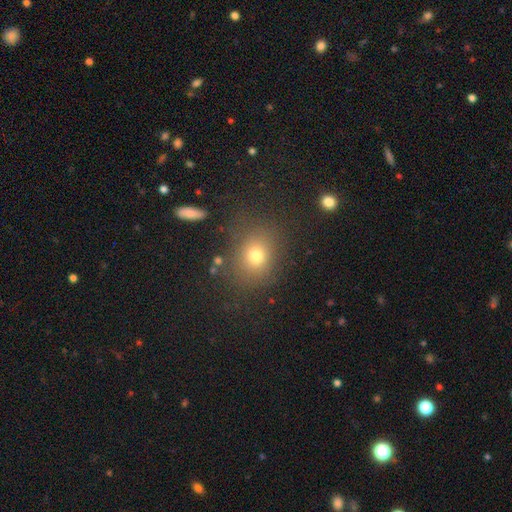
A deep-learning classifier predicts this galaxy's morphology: smooth_or_featured: smooth (p=0.73) [alt: star or artifact p=0.17]
how_rounded: round (p=0.61) [alt: in between p=0.38]
merging: none (p=0.79) [alt: minor disturbance p=0.12]